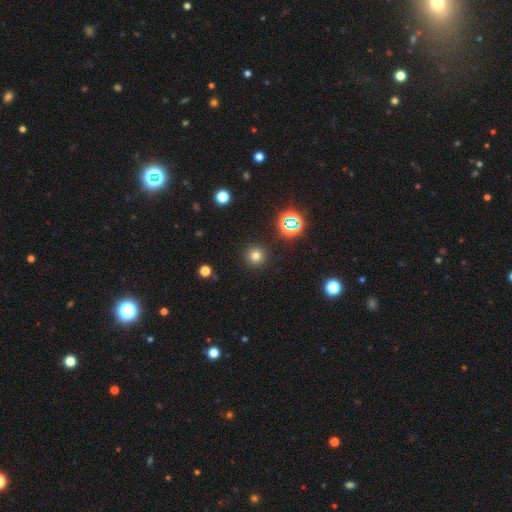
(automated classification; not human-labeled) This is likely a smooth galaxy (72%). How rounded: clearly round (96%). Merging: clearly none (91%).